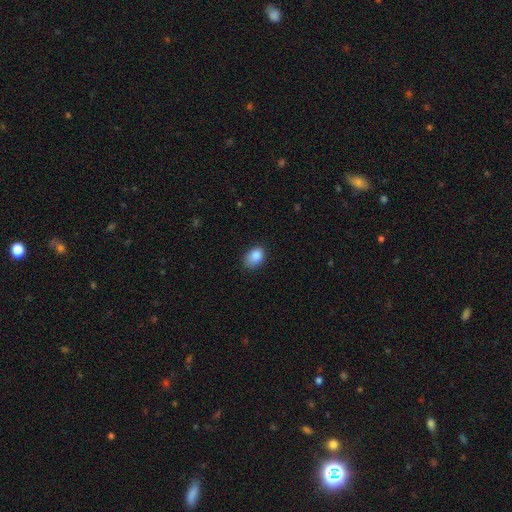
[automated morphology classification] This appears to be a smooth galaxy with no disk features (86%) that is in between round and cigar-shaped (79%). Merging: none (70%).